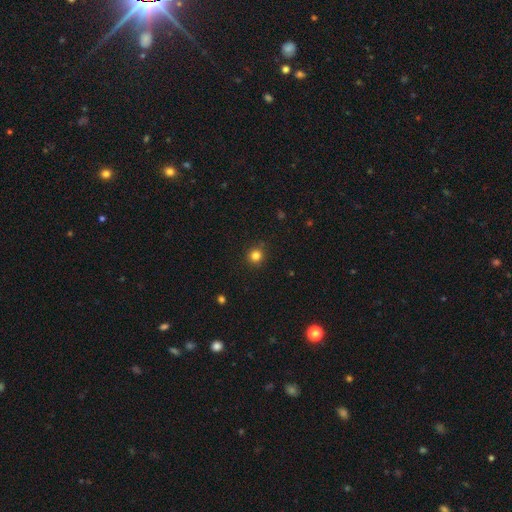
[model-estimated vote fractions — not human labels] Smooth or featured?
  - smooth: 82% *
  - star or artifact: 13%
  - featured or disk: 5%
How rounded?
  - round: 93% *
  - in between: 6%
  - cigar-shaped: 1%
Merging?
  - none: 90% *
  - minor disturbance: 7%
  - major disturbance: 2%
  - merger: 1%